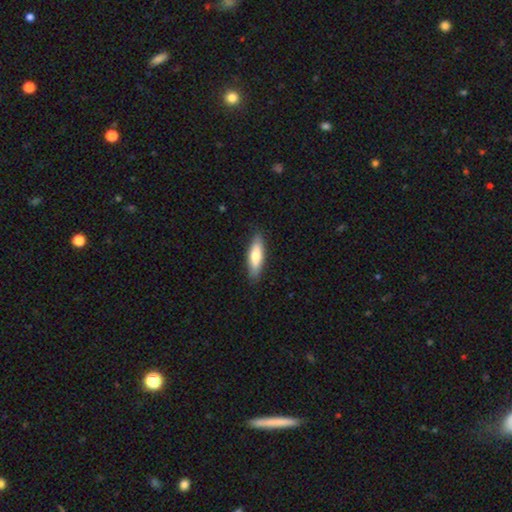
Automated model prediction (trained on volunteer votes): Smooth or featured: smooth — 72% (featured or disk — 23%)
How rounded: cigar-shaped — 56% (in between — 42%)
Merging: none — 87% (minor disturbance — 10%)